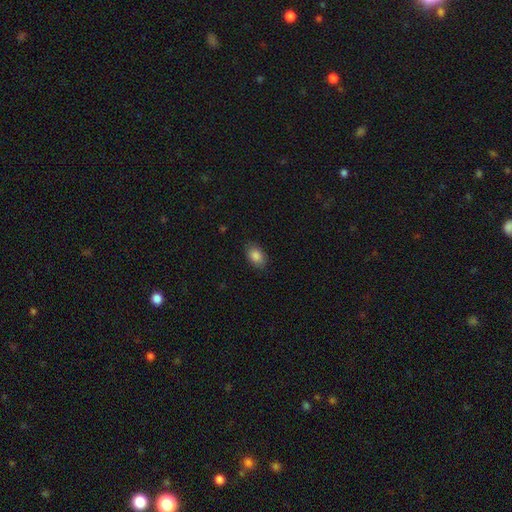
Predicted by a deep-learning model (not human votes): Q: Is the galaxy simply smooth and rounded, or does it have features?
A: smooth — 87%.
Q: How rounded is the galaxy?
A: in between — 85%.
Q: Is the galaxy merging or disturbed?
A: none — 84%.